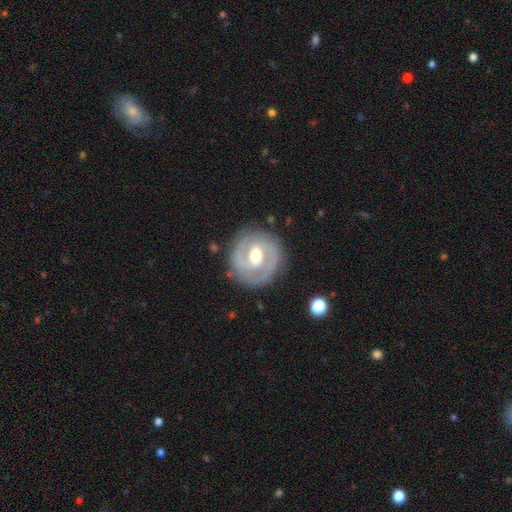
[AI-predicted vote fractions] A featured or disk galaxy (84%) with a weak bar (51%), 2 (87%) tight (53%) spiral arms (90%) and a moderate central bulge (76%). Merging: none (85%).